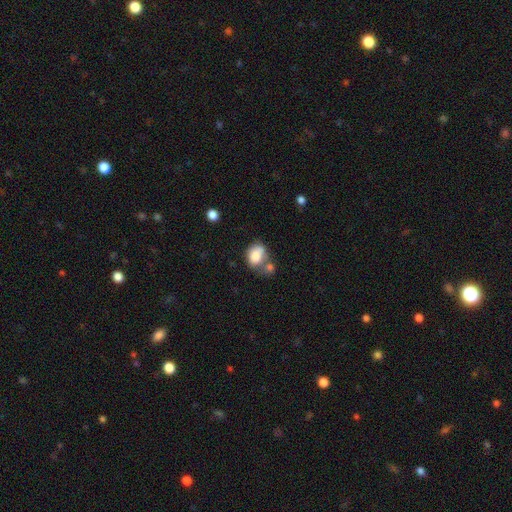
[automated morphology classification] This appears to be a smooth galaxy with no disk features (78%) that is in between round and cigar-shaped (65%). Merging: merger (38%).